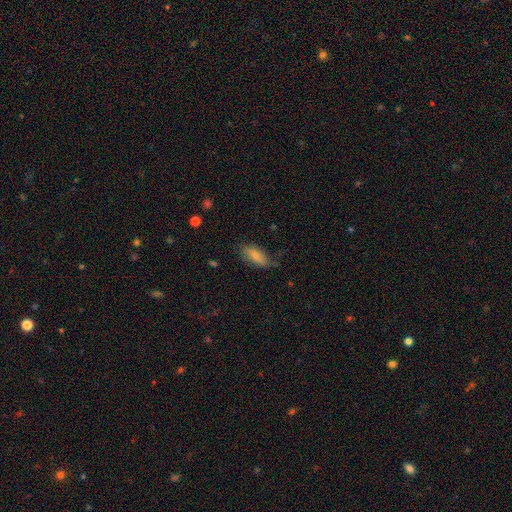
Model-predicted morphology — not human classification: Smooth or featured? smooth (66%)
How rounded? in between (80%)
Merging? none (59%)